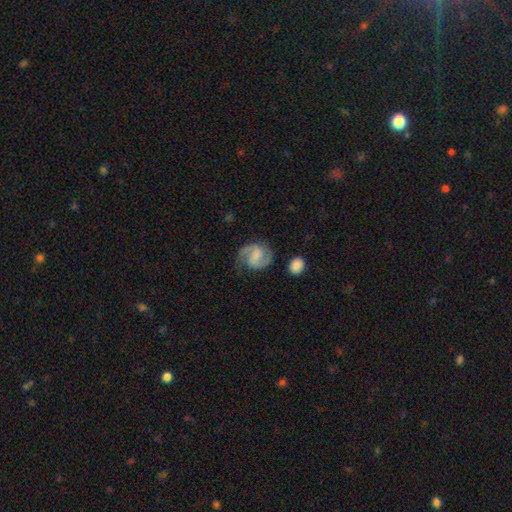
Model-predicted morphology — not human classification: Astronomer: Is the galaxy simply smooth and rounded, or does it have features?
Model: featured or disk — 74%.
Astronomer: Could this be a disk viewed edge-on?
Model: no — 98%.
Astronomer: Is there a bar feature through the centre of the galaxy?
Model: weak — 49% (runner-up: strong, 26%).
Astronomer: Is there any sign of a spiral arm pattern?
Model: yes — 94%.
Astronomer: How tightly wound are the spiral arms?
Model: medium — 54%.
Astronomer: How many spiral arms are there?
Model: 2 — 89%.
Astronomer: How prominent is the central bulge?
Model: none — 43% (runner-up: small, 25%).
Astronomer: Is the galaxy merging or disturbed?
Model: none — 70%.